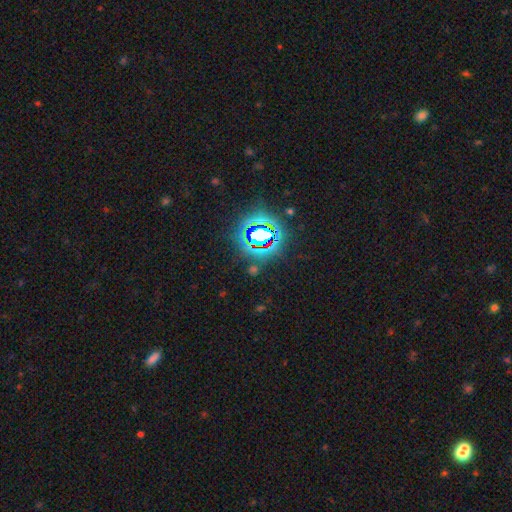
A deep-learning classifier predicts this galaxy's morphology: smooth-or-featured: star or artifact: 83% | smooth: 10% | featured or disk: 6%